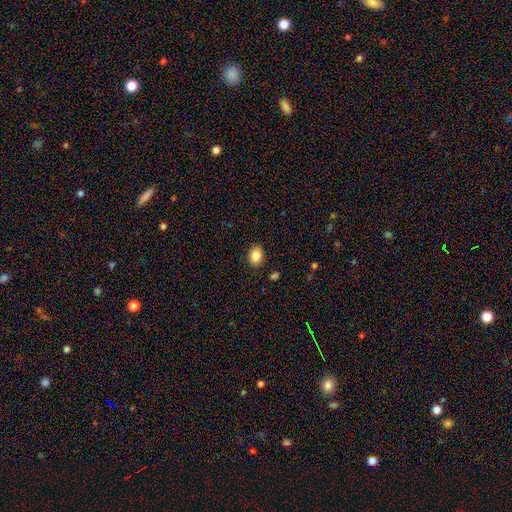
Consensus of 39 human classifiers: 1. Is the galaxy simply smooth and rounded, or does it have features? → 85% smooth, 8% featured or disk, 8% star or artifact.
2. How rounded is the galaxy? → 52% in between, 48% round, 0% cigar-shaped.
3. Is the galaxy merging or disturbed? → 83% none, 17% minor disturbance, 0% major disturbance, 0% merger.